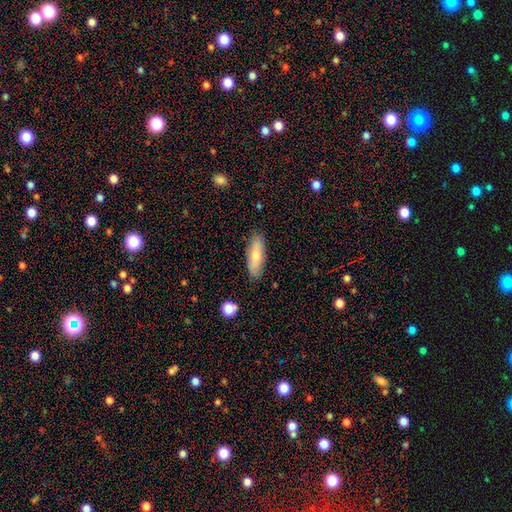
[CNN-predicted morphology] Smooth or featured?
  - smooth: 74% *
  - featured or disk: 20%
  - star or artifact: 6%
How rounded?
  - in between: 51% *
  - cigar-shaped: 47%
  - round: 2%
Merging?
  - none: 85% *
  - minor disturbance: 11%
  - major disturbance: 2%
  - merger: 1%